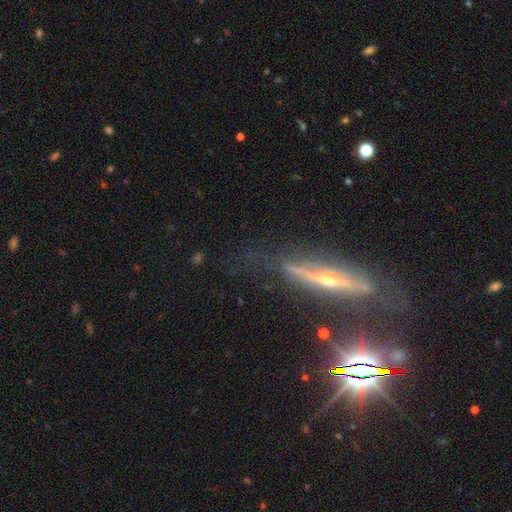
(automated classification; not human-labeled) smooth-or-featured: featured or disk: 65% | star or artifact: 18% | smooth: 17%
  disk-edge-on: yes: 81% | no: 19%
    edge-on-bulge: rounded: 82% | none: 13% | boxy: 4%
  merging: none: 65% | minor disturbance: 20% | major disturbance: 11% | merger: 4%